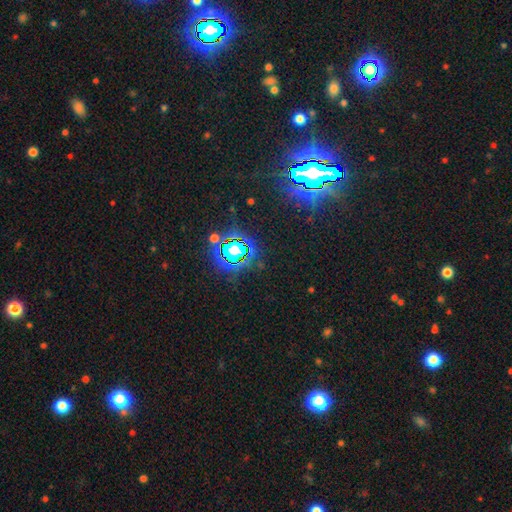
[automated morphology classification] smooth-or-featured: star or artifact: 84% | smooth: 10% | featured or disk: 6%